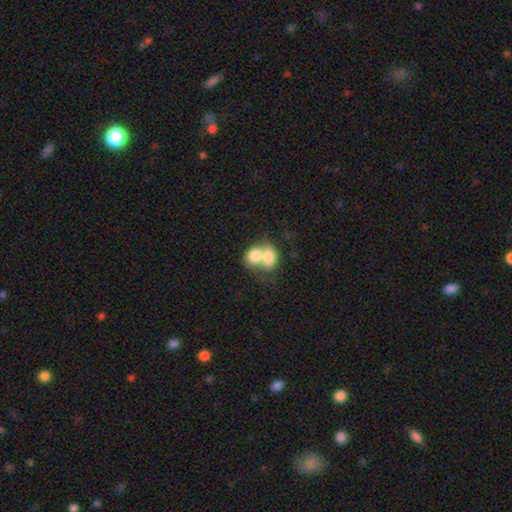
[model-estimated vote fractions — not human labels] This is likely a smooth galaxy (77%). How rounded: possibly in between (59%). Merging: likely merger (74%).